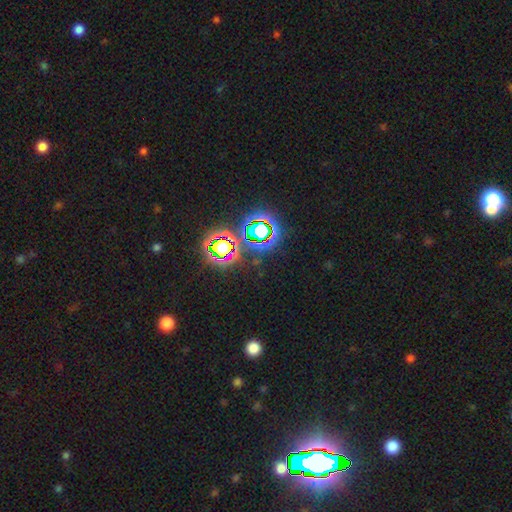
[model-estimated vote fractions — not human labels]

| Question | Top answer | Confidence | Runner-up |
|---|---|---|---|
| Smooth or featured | star or artifact | 75% | smooth (16%) |